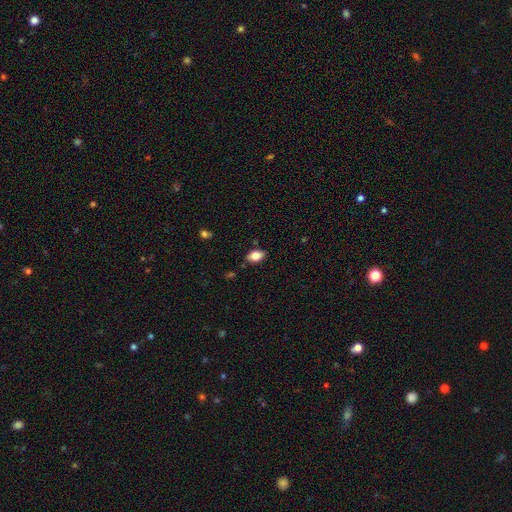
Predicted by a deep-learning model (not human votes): smooth 82%, featured or disk 10%, star or artifact 8%. Down the decision tree: how rounded — in between (88%); merging — none (84%).